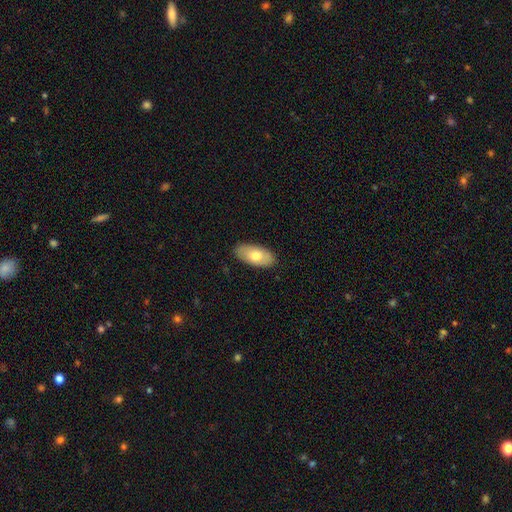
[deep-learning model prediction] The model was most divided on "smooth or featured": smooth: 72%, featured or disk: 23%, star or artifact: 6%. More confident: how rounded — in between (93%); merging — none (87%).